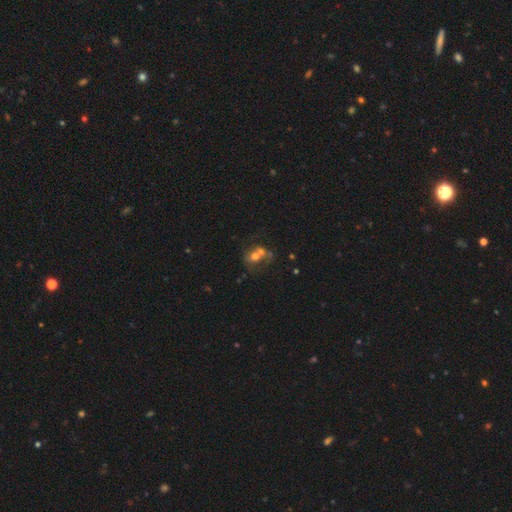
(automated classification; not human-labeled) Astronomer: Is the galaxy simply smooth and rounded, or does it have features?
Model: smooth — 55%.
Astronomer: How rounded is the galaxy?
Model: round — 64%.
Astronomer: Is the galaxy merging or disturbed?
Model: merger — 58%.